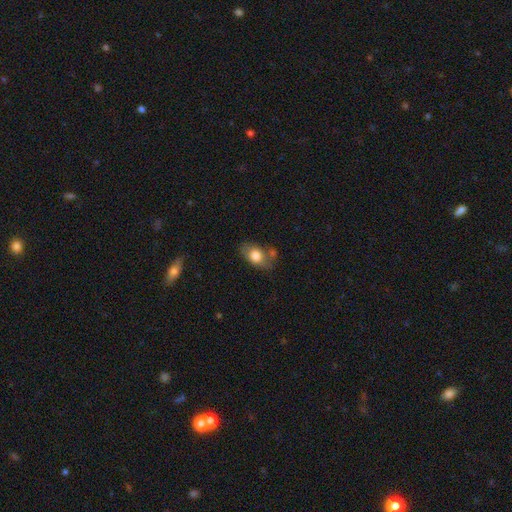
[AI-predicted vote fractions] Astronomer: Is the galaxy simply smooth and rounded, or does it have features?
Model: smooth — 77%.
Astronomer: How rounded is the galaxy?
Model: in between — 83%.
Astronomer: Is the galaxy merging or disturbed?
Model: none — 58%.